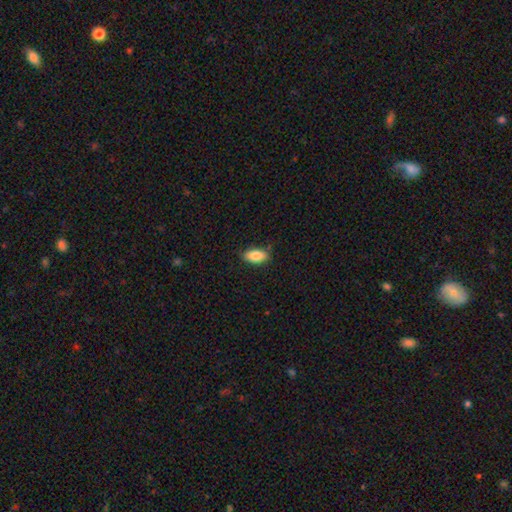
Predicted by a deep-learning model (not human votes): Q: Smooth or featured?
A: smooth (85%); runner-up: featured or disk (8%)
Q: How rounded?
A: in between (91%); runner-up: cigar-shaped (5%)
Q: Merging?
A: none (82%); runner-up: minor disturbance (15%)